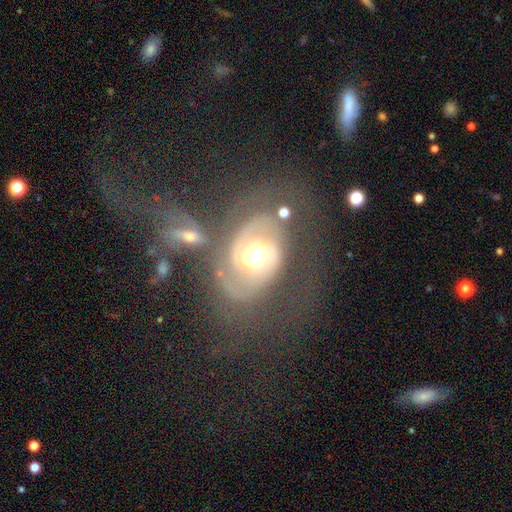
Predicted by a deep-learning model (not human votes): This is clearly a featured or disk galaxy (82%). It is clearly not viewed edge-on (97%). Bar: possibly no (48%). Spiral arm pattern: clearly yes (90%). Spiral arm count: likely 2 (69%). Spiral winding: possibly tight (45%). Central bulge: likely moderate (67%). Merging: marginally none (37%).